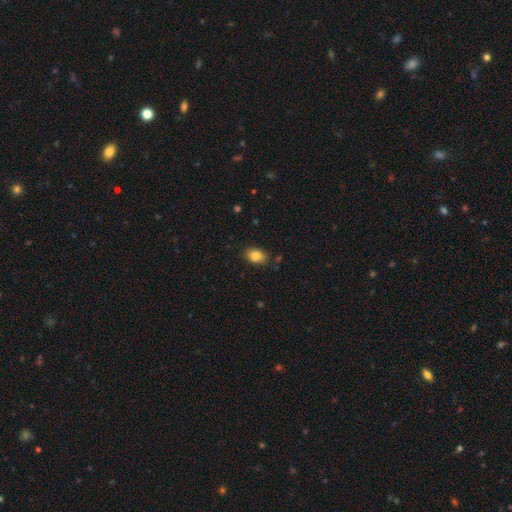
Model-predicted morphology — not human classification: Smooth or featured? Predicted: smooth (p=0.85). How rounded? Predicted: in between (p=0.75). Merging? Predicted: none (p=0.83).